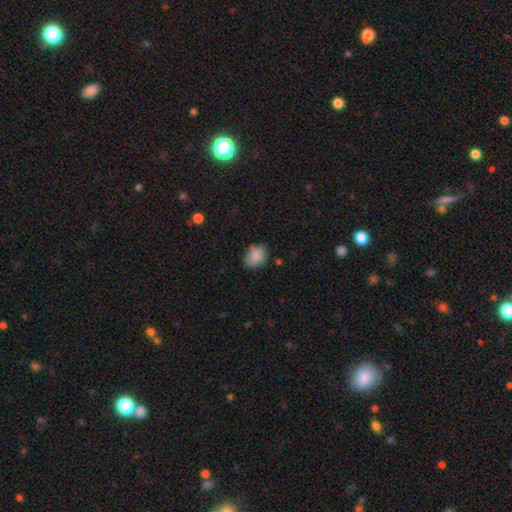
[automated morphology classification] Q: Smooth or featured?
A: smooth (87%); runner-up: star or artifact (7%)
Q: How rounded?
A: in between (69%); runner-up: round (30%)
Q: Merging?
A: none (74%); runner-up: minor disturbance (20%)